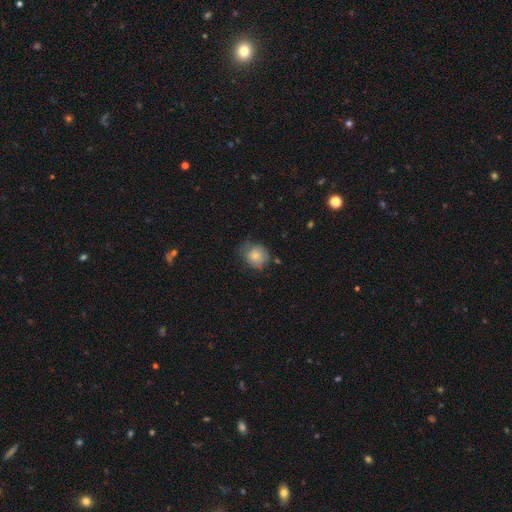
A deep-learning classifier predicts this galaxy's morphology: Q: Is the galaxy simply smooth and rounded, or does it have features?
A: smooth — 77%.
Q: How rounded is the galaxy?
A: round — 80%.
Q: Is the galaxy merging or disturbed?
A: none — 58%.